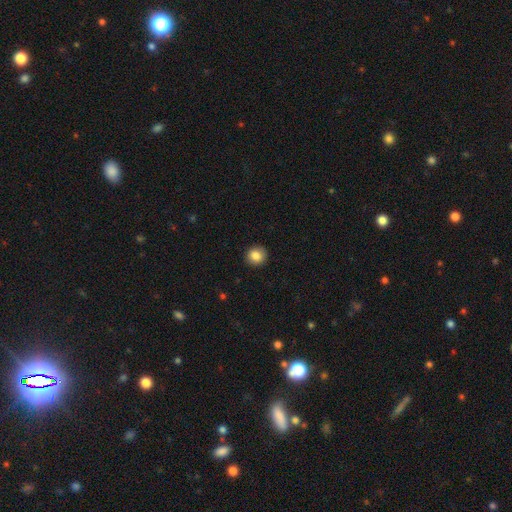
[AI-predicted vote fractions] A smooth galaxy with no disk features (86%) that is round (88%). Merging: none (92%).